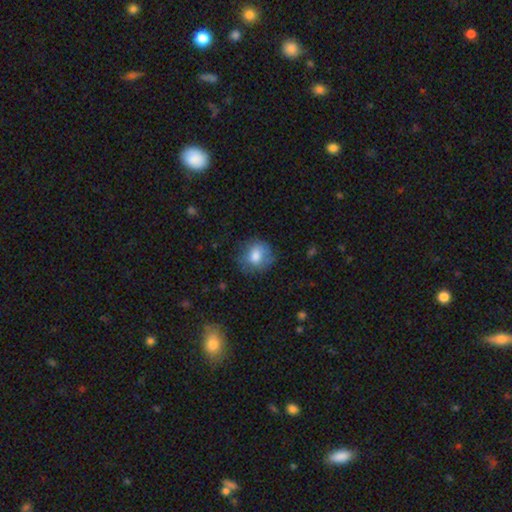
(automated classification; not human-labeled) A smooth galaxy with no disk features (77%) that is round (74%). Merging: none (66%).